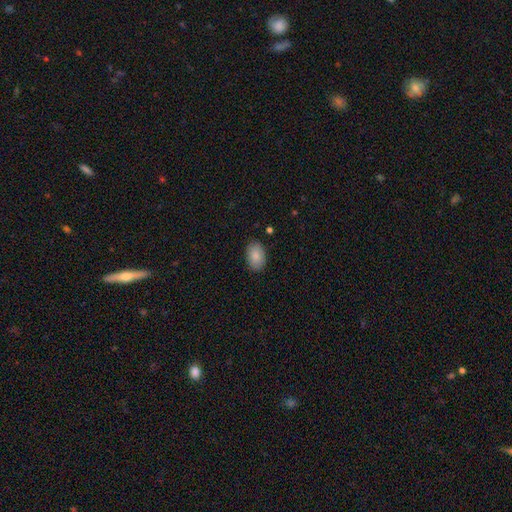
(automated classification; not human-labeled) Smooth or featured?
  - smooth: 87% *
  - star or artifact: 7%
  - featured or disk: 6%
How rounded?
  - in between: 90% *
  - round: 9%
  - cigar-shaped: 1%
Merging?
  - none: 87% *
  - minor disturbance: 10%
  - major disturbance: 2%
  - merger: 1%